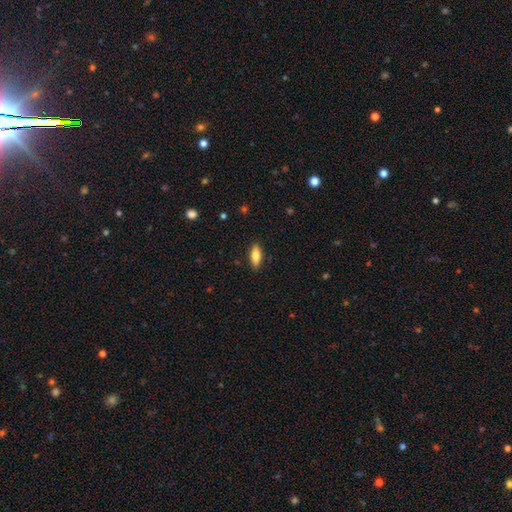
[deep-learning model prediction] The model was most divided on "how rounded": in between: 71%, cigar-shaped: 26%, round: 2%. More confident: merging — none (89%); smooth or featured — smooth (76%).